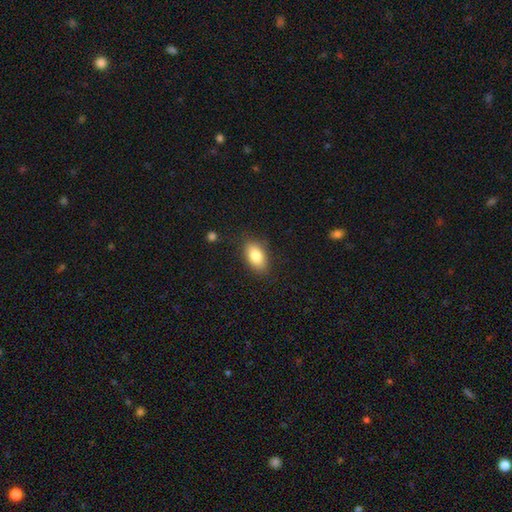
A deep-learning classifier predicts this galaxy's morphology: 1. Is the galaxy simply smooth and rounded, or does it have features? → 83% smooth, 10% featured or disk, 7% star or artifact.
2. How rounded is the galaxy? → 91% in between, 6% round, 3% cigar-shaped.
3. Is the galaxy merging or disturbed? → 83% none, 12% minor disturbance, 3% major disturbance, 1% merger.